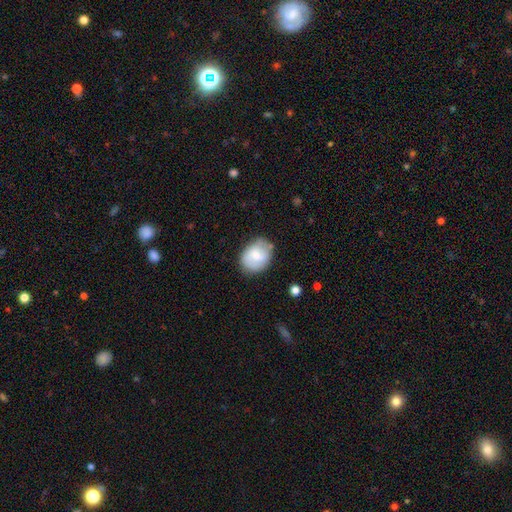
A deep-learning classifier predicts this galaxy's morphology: This is possibly a smooth galaxy (52%). How rounded: possibly in between (50%). Merging: likely none (69%).